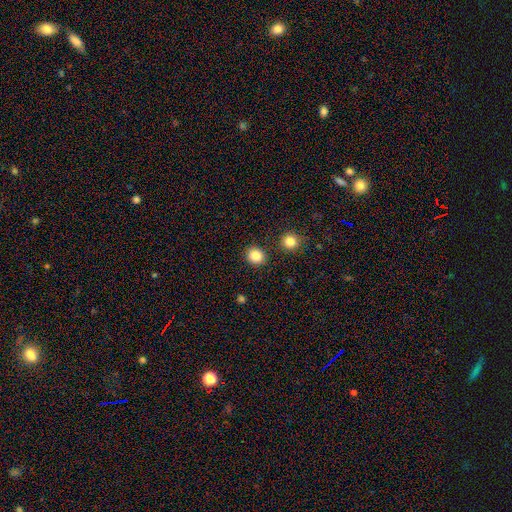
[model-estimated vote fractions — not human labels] Overall: smooth (86%). How rounded: round (83%). Merging: none (88%).